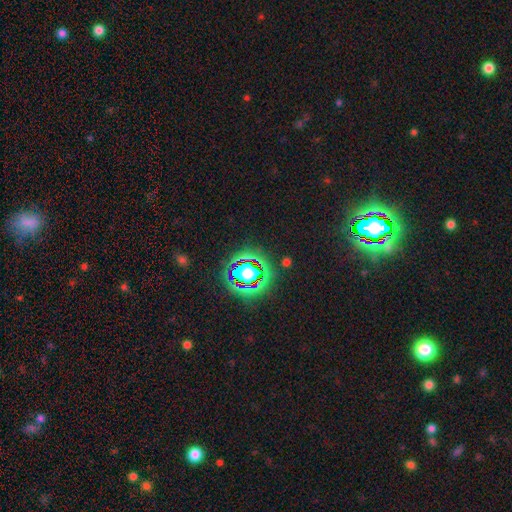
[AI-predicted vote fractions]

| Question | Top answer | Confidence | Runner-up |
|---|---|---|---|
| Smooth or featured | star or artifact | 82% | smooth (10%) |